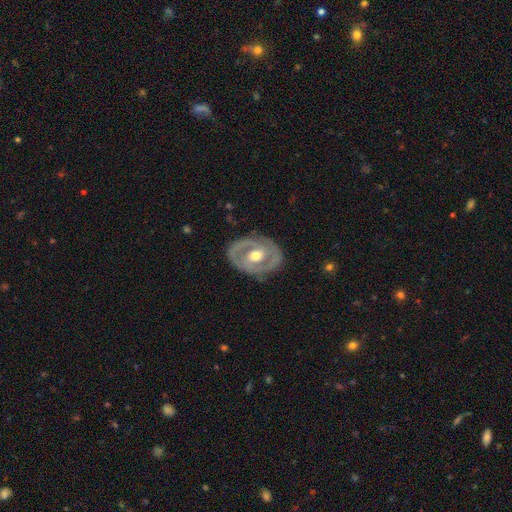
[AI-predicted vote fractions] Smooth or featured? Predicted: featured or disk (p=0.82). Edge-on disk? Predicted: no (p=0.96). Bar? Predicted: no (p=0.51). Spiral arms? Predicted: yes (p=0.77). Spiral winding? Predicted: tight (p=0.51). Spiral arm count? Predicted: 2 (p=0.74). Bulge size? Predicted: moderate (p=0.77). Merging? Predicted: none (p=0.80).